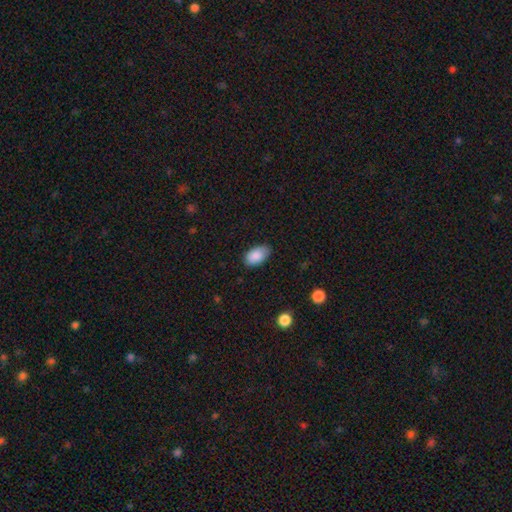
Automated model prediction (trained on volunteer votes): smooth 88%, star or artifact 7%, featured or disk 5%. Down the decision tree: how rounded — in between (94%); merging — none (80%).